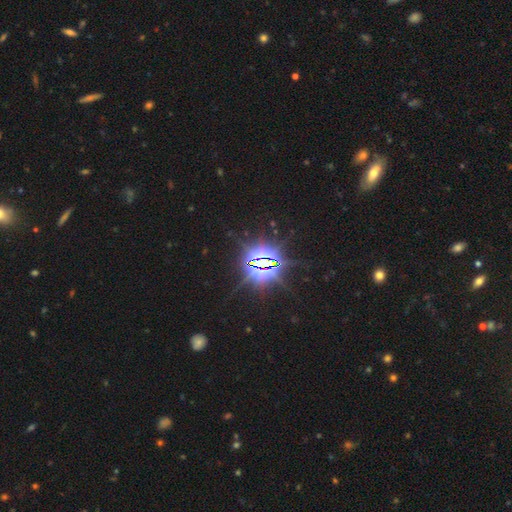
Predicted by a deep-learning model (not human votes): star or artifact 86%, featured or disk 8%, smooth 7%.